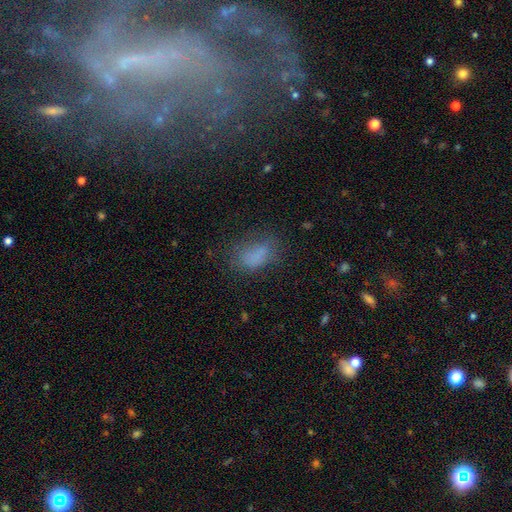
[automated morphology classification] The model was most divided on "merging": none: 54%, minor disturbance: 25%, major disturbance: 18%, merger: 3%. More confident: how rounded — in between (87%); smooth or featured — smooth (73%).